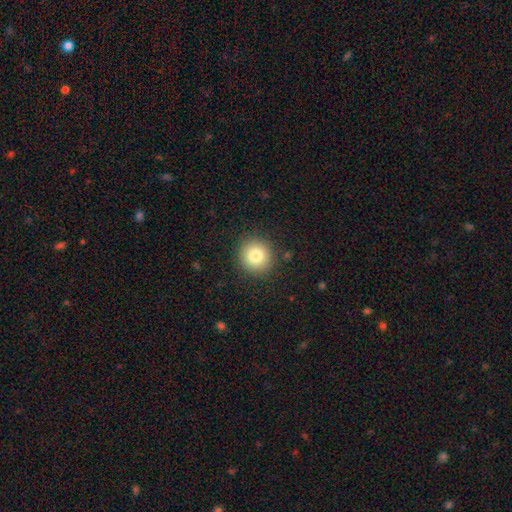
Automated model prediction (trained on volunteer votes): This is clearly a smooth galaxy (81%). How rounded: clearly round (94%). Merging: clearly none (90%).